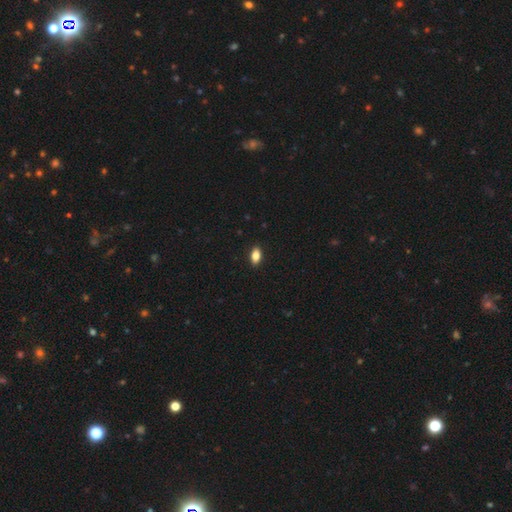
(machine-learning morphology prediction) Smooth or featured?
  - smooth: 85% *
  - star or artifact: 8%
  - featured or disk: 7%
How rounded?
  - in between: 89% *
  - round: 6%
  - cigar-shaped: 5%
Merging?
  - none: 90% *
  - minor disturbance: 8%
  - major disturbance: 2%
  - merger: 1%